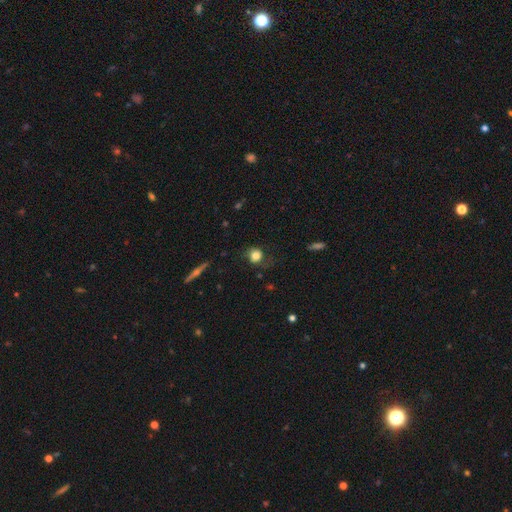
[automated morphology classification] Q: Smooth or featured?
A: smooth (76%); runner-up: featured or disk (15%)
Q: How rounded?
A: round (82%); runner-up: in between (17%)
Q: Merging?
A: none (66%); runner-up: minor disturbance (22%)